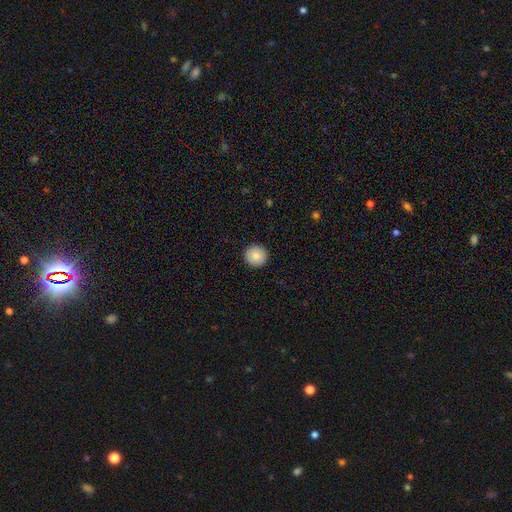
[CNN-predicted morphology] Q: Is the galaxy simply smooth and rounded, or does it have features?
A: smooth — 83%.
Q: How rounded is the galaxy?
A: round — 96%.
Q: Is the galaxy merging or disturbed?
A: none — 93%.